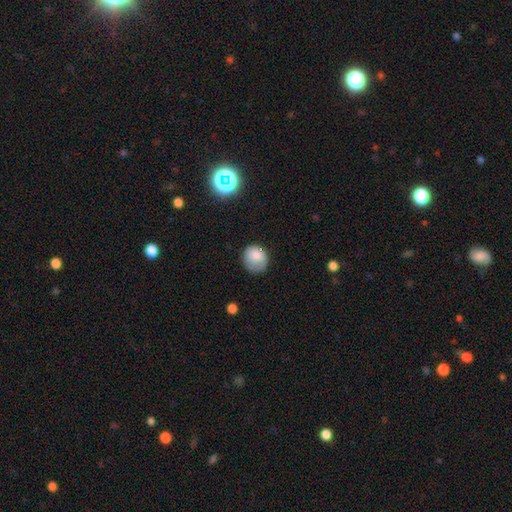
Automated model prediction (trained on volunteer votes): Overall: smooth (80%). How rounded: round (81%). Merging: none (65%).